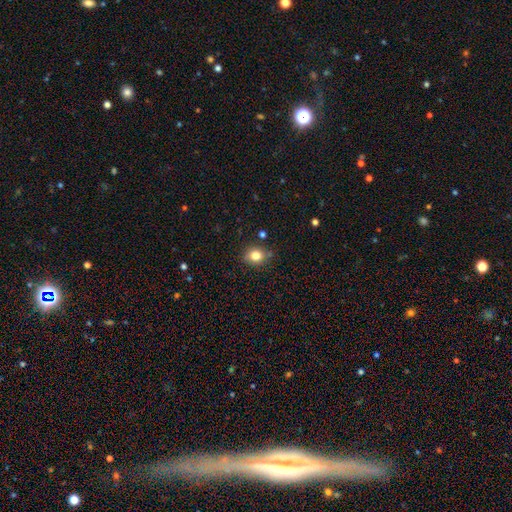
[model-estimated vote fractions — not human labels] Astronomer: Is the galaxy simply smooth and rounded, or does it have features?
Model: smooth — 81%.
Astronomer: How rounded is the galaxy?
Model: round — 63%.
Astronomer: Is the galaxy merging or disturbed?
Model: none — 82%.